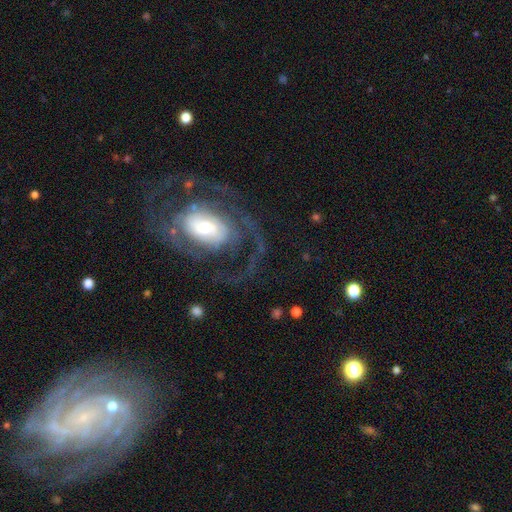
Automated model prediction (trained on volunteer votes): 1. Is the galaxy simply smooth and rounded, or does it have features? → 80% featured or disk, 13% smooth, 8% star or artifact.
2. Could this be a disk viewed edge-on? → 96% no, 4% yes.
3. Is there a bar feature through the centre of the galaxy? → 49% no, 33% weak, 18% strong.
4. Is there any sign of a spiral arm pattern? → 84% yes, 16% no.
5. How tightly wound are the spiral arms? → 44% tight, 40% medium, 16% loose.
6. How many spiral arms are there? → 58% 2, 19% can't tell, 8% 1, 7% 3, 4% 4, 4% more than 4.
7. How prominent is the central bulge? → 39% moderate, 35% large, 17% small, 5% dominant, 3% none.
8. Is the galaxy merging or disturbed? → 68% none, 15% major disturbance, 15% minor disturbance, 3% merger.